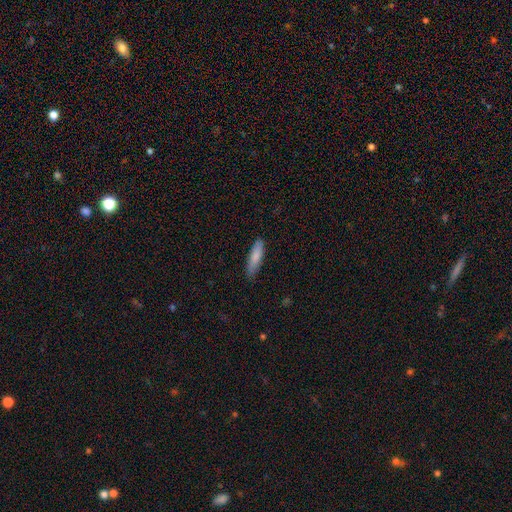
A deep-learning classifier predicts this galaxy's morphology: Smooth or featured? Predicted: smooth (p=0.82). How rounded? Predicted: cigar-shaped (p=0.73). Merging? Predicted: none (p=0.83).